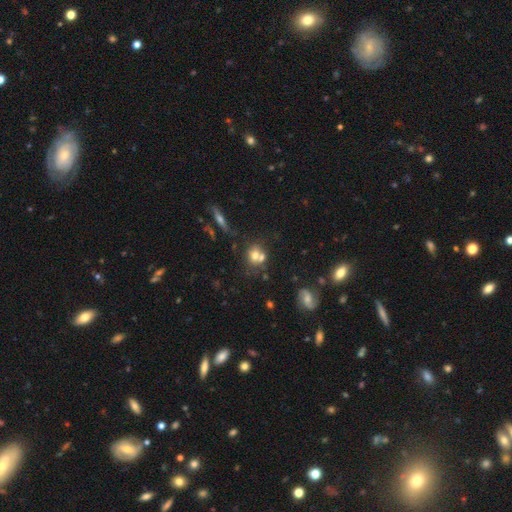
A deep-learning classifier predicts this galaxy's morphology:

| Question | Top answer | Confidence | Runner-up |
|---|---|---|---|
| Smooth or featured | smooth | 63% | featured or disk (22%) |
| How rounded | round | 71% | in between (27%) |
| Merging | none | 44% | merger (40%) |